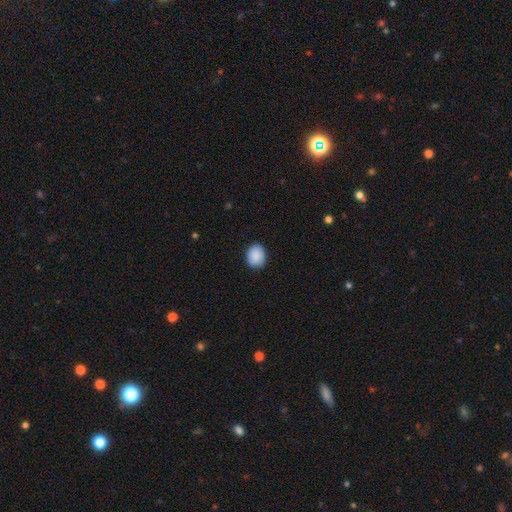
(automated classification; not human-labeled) A smooth galaxy with no disk features (89%) that is round (53%). Merging: none (88%).